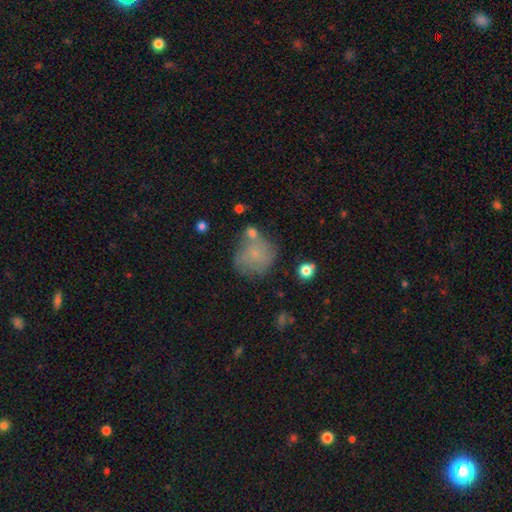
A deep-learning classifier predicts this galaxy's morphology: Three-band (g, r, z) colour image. It shows a smooth galaxy with no disk features (62%) that is round (81%). Merging: none (53%).